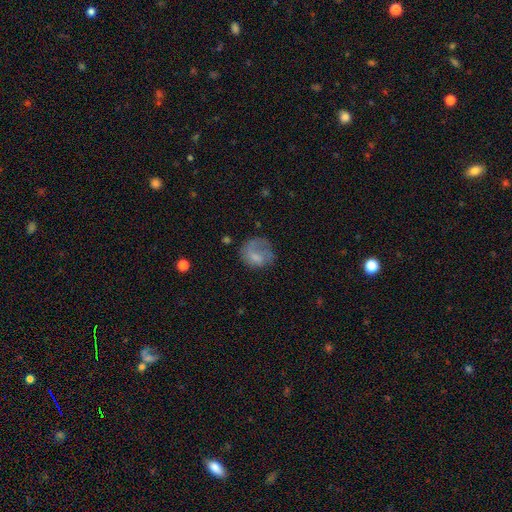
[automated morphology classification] This appears to be a smooth galaxy with no disk features (59%) that is round (66%). Merging: none (40%).